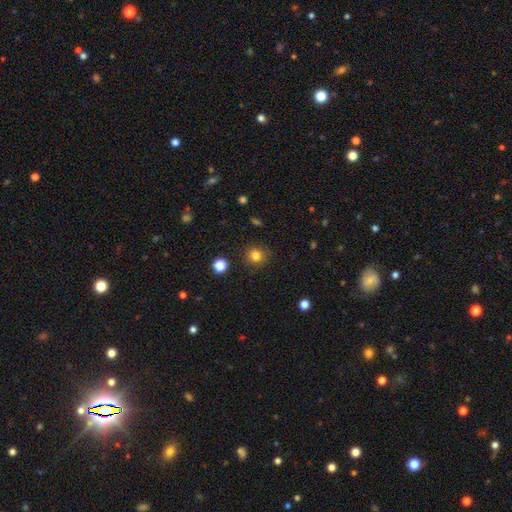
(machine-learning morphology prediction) Q: Smooth or featured?
A: smooth (82%); runner-up: star or artifact (13%)
Q: How rounded?
A: round (91%); runner-up: in between (8%)
Q: Merging?
A: none (88%); runner-up: minor disturbance (8%)